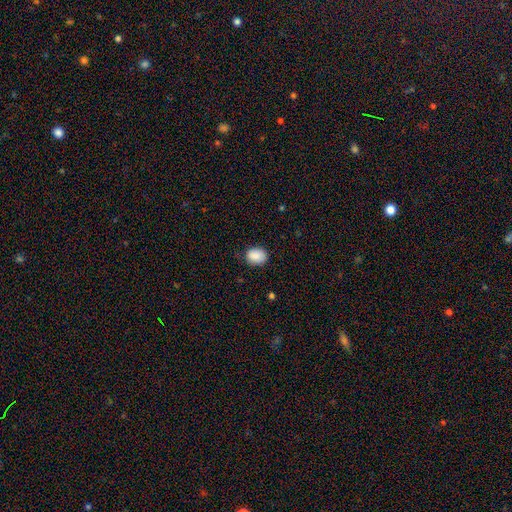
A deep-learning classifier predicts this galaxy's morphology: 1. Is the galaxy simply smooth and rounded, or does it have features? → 88% smooth, 7% star or artifact, 5% featured or disk.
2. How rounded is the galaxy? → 51% round, 49% in between, 1% cigar-shaped.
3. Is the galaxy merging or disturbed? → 79% none, 17% minor disturbance, 3% major disturbance, 1% merger.